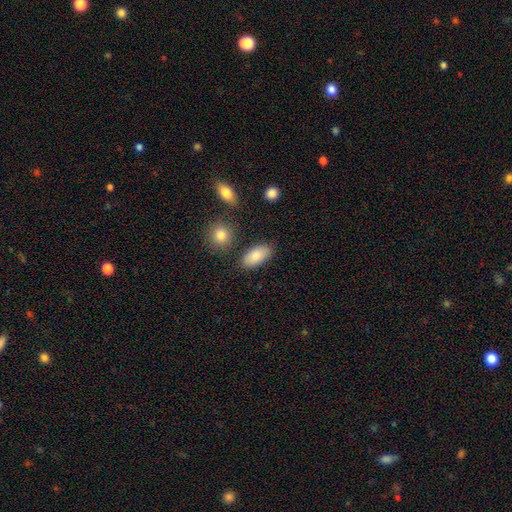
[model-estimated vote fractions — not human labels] Smooth or featured?
  - smooth: 85% *
  - featured or disk: 9%
  - star or artifact: 6%
How rounded?
  - in between: 93% *
  - cigar-shaped: 4%
  - round: 3%
Merging?
  - none: 81% *
  - minor disturbance: 11%
  - merger: 5%
  - major disturbance: 3%